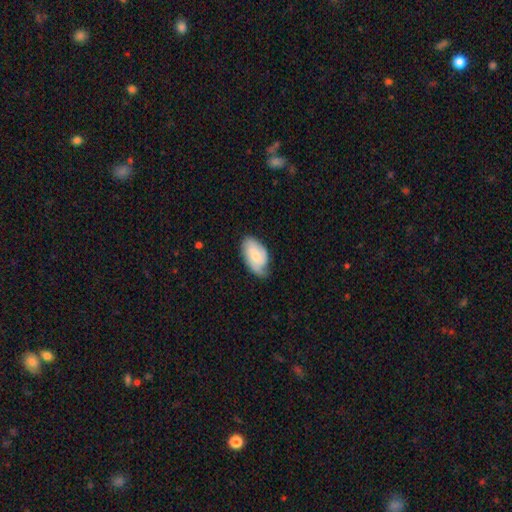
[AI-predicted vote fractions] Morphology: type=smooth (58%); roundness=in between (93%); merging=none (56%).